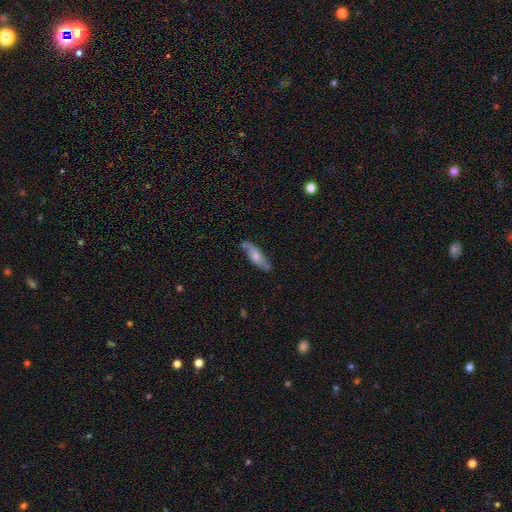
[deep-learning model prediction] This appears to be a smooth galaxy with no disk features (48%). Merging: none (76%).